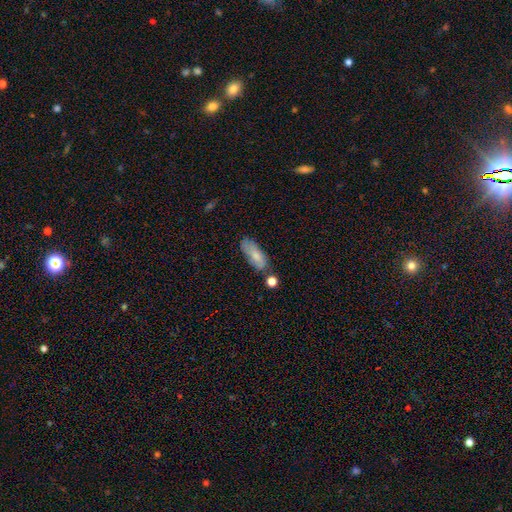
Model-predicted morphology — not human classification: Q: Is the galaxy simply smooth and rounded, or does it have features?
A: smooth — 71%.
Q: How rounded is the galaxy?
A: in between — 76%.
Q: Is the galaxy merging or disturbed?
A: none — 57%.